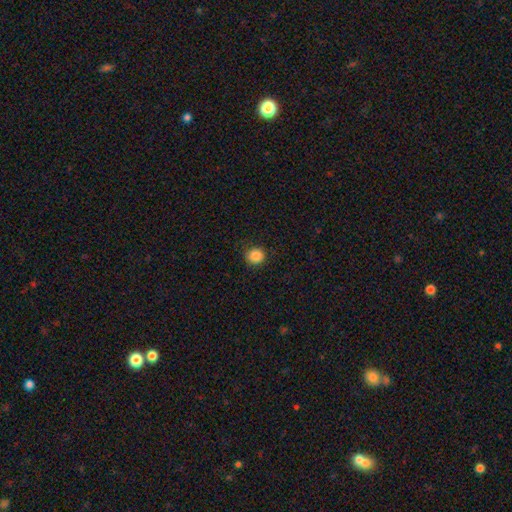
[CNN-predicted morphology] Overall: smooth (87%). How rounded: round (90%). Merging: none (88%).